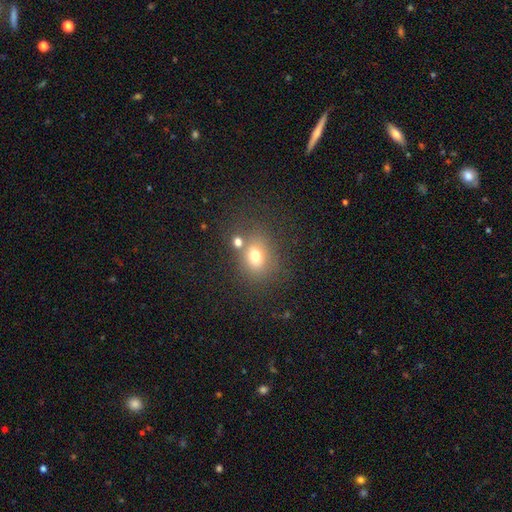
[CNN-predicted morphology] smooth 71%, star or artifact 15%, featured or disk 14%. Down the decision tree: how rounded — round (56%); merging — none (60%).